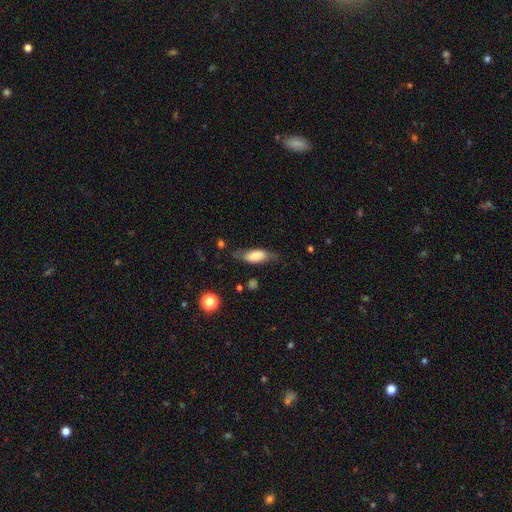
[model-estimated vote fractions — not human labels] A smooth galaxy with no disk features (73%) that is in between round and cigar-shaped (74%). Merging: none (64%).